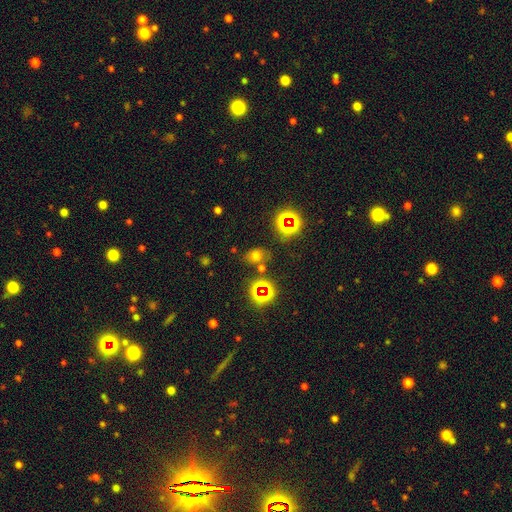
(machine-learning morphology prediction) The model was most divided on "smooth or featured": smooth: 56%, star or artifact: 34%, featured or disk: 10%. More confident: merging — none (73%); how rounded — in between (63%).